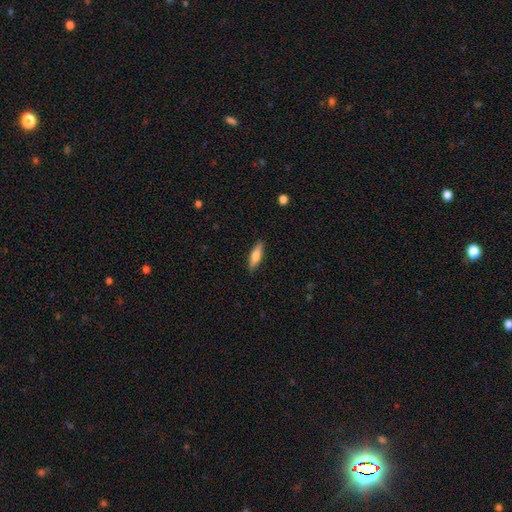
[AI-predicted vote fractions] This is likely a smooth galaxy (69%). How rounded: possibly cigar-shaped (54%). Merging: clearly none (88%).